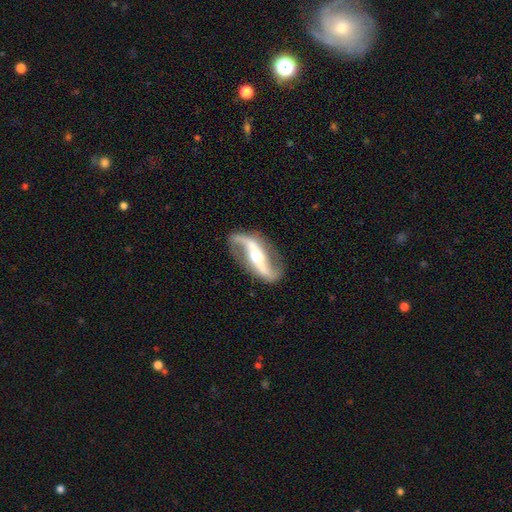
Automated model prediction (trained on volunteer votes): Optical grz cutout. It shows a featured or disk galaxy (91%) with a strong bar (57%), 2 (94%) loose (69%) spiral arms (96%) and a moderate central bulge (62%). Merging: none (85%).